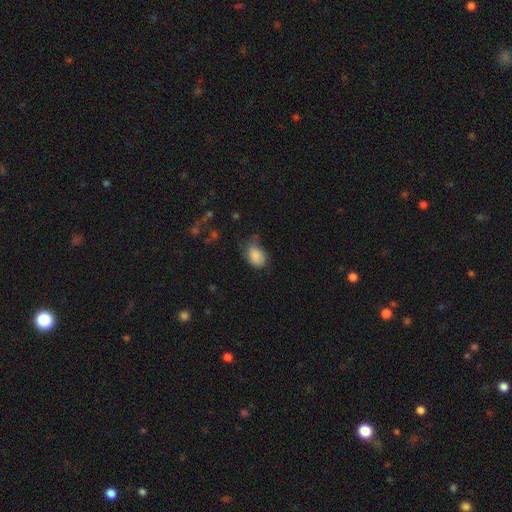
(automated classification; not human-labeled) This appears to be a smooth galaxy with no disk features (85%) that is in between round and cigar-shaped (78%). Merging: none (47%).